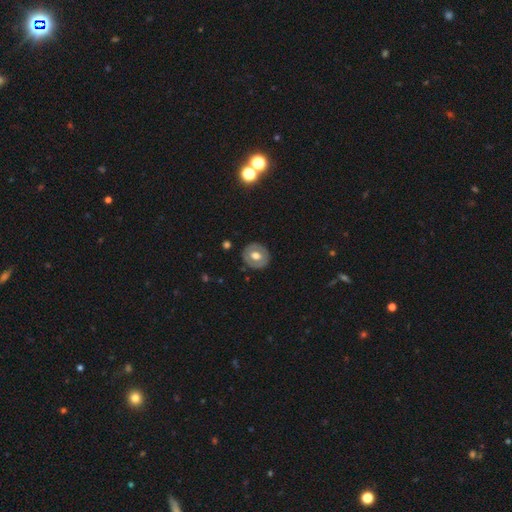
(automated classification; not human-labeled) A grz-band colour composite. It shows a smooth galaxy with no disk features (52%) that is round (80%). Merging: none (86%).